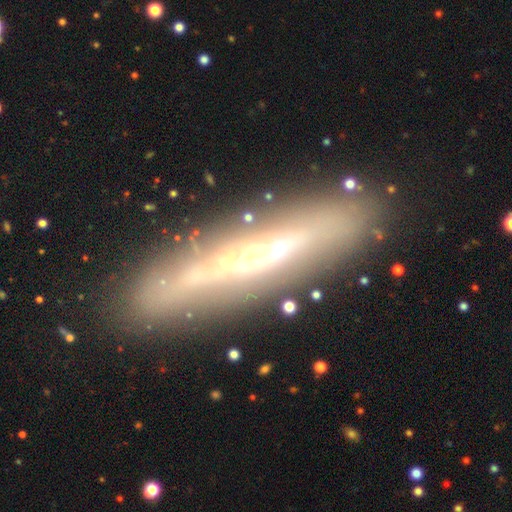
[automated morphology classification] Smooth or featured? featured or disk (66%)
Edge-on disk? yes (82%)
Edge-on bulge? none (45%)
Merging? none (82%)